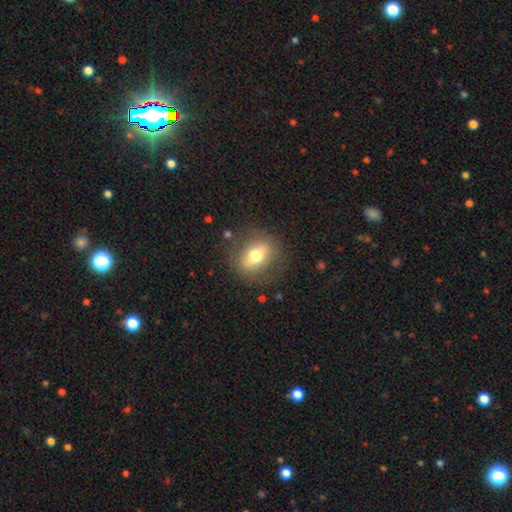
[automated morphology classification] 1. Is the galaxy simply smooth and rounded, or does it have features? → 55% smooth, 37% featured or disk, 8% star or artifact.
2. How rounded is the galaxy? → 52% in between, 45% round, 3% cigar-shaped.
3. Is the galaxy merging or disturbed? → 79% none, 13% minor disturbance, 6% major disturbance, 2% merger.